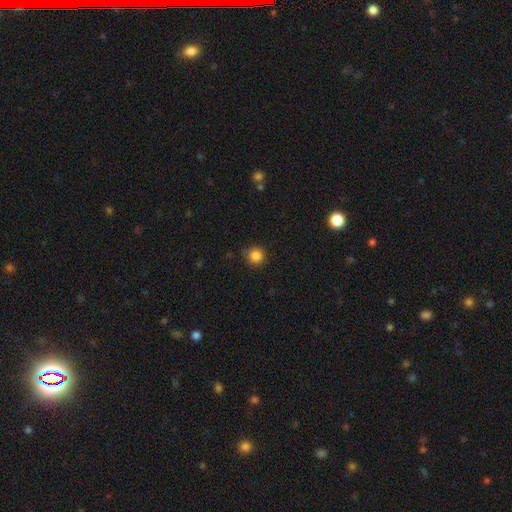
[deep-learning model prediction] smooth 85%, star or artifact 11%, featured or disk 4%. Down the decision tree: how rounded — round (95%); merging — none (86%).